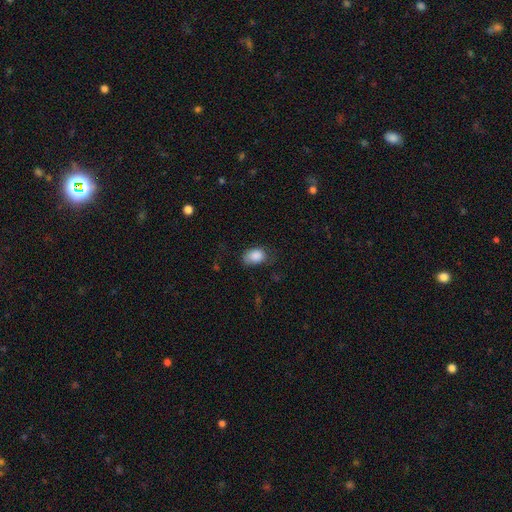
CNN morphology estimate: Overall: smooth (87%). How rounded: in between (78%). Merging: none (60%; minor disturbance 29%).